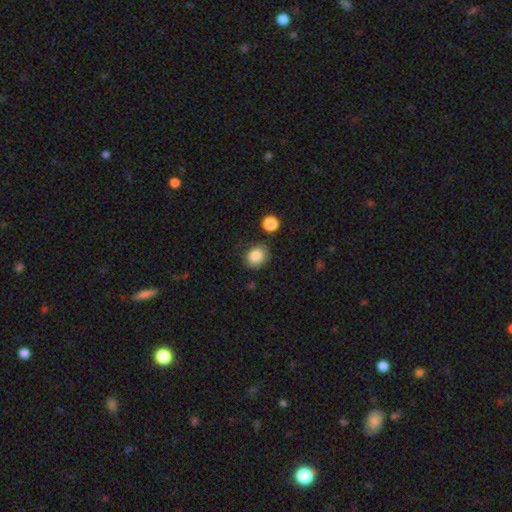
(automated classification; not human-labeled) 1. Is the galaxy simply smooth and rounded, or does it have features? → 86% smooth, 9% star or artifact, 5% featured or disk.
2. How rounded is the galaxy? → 54% round, 45% in between, 1% cigar-shaped.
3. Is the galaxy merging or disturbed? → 76% none, 15% minor disturbance, 4% merger, 4% major disturbance.